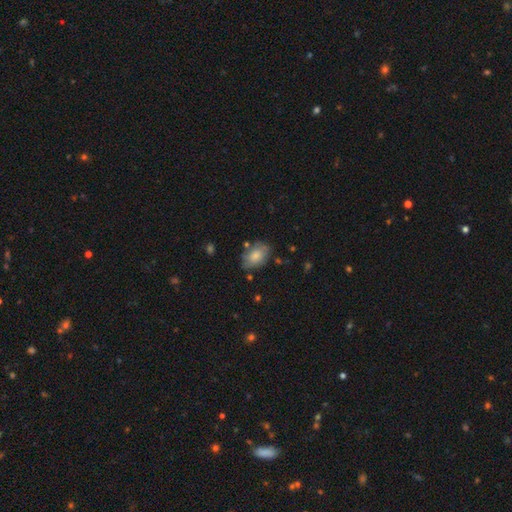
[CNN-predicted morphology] type=smooth (76%); roundness=in between (87%); merging=none (68%).